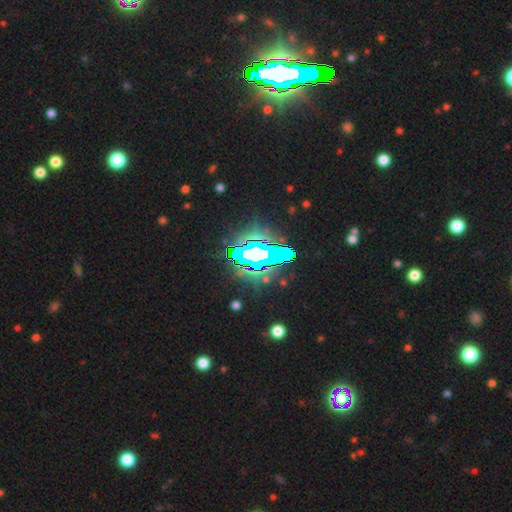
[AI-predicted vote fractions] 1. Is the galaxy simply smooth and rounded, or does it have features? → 73% star or artifact, 16% featured or disk, 11% smooth.